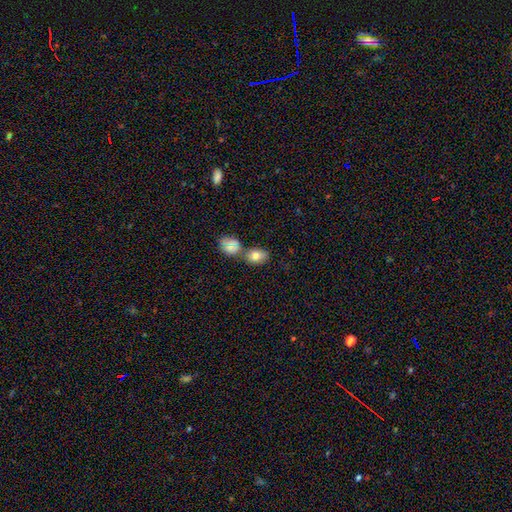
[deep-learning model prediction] Smooth or featured? Predicted: smooth (p=0.78). How rounded? Predicted: in between (p=0.73). Merging? Predicted: none (p=0.54).